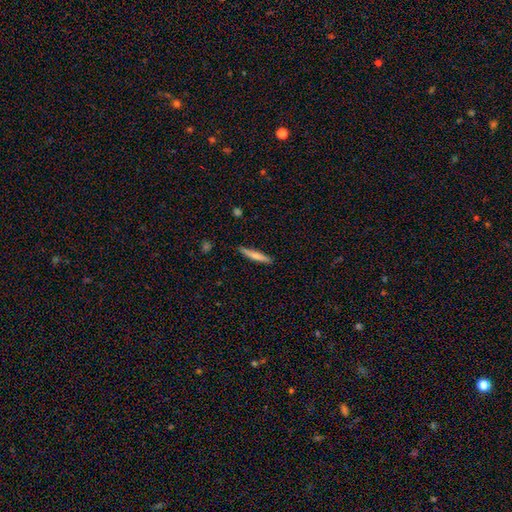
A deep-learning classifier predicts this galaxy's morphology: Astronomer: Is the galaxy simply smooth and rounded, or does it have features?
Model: smooth — 70%.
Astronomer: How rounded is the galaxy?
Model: cigar-shaped — 93%.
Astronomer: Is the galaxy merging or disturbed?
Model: none — 83%.